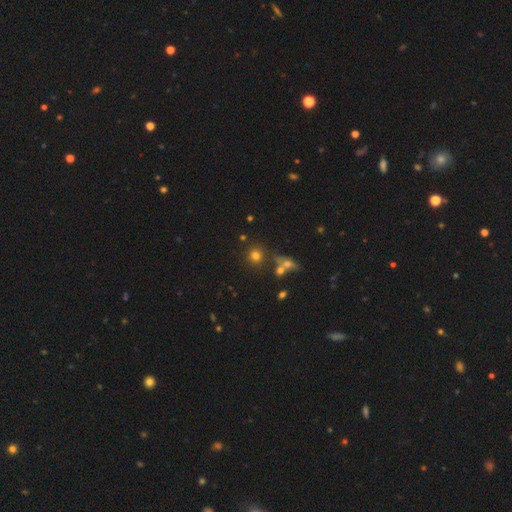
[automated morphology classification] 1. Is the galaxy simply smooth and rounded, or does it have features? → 73% smooth, 17% star or artifact, 10% featured or disk.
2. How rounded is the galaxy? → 88% round, 10% in between, 1% cigar-shaped.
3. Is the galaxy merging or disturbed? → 75% none, 12% merger, 9% minor disturbance, 4% major disturbance.